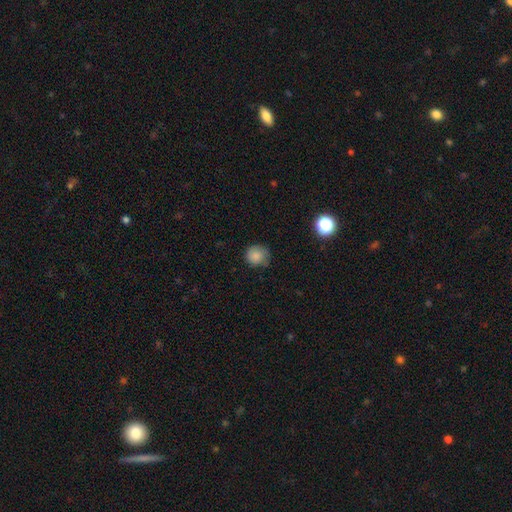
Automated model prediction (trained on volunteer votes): Q: Smooth or featured?
A: smooth (82%); runner-up: star or artifact (9%)
Q: How rounded?
A: round (89%); runner-up: in between (10%)
Q: Merging?
A: none (69%); runner-up: minor disturbance (24%)